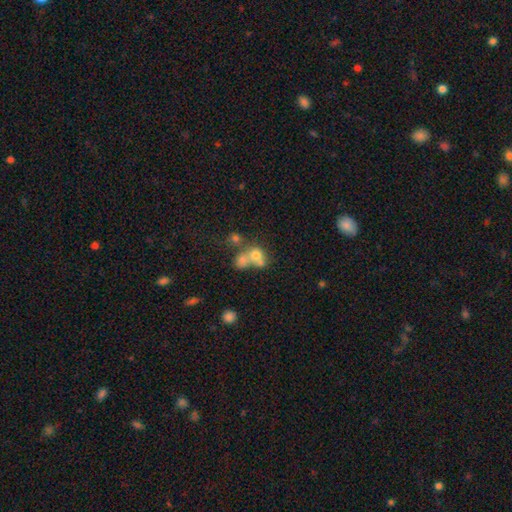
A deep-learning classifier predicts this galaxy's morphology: The model was most divided on "merging": merger: 58%, none: 28%, minor disturbance: 8%, major disturbance: 6%. More confident: how rounded — round (66%); smooth or featured — smooth (65%).